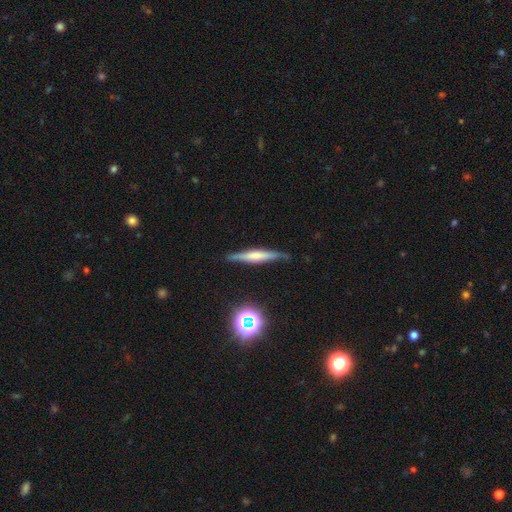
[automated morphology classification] type=featured or disk (50%); edge-on=yes (94%); merging=none (82%).